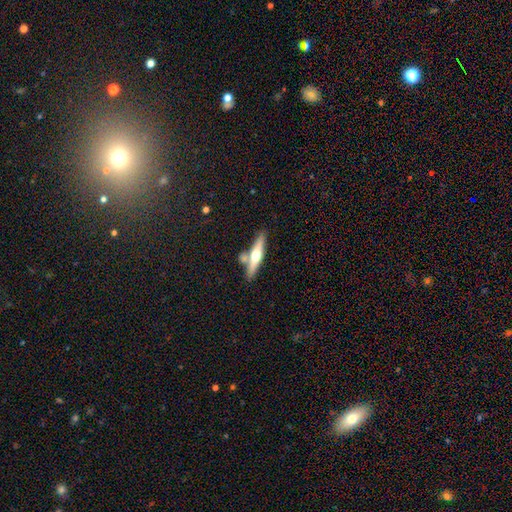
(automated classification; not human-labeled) featured or disk 55%, smooth 39%, star or artifact 6%. Down the decision tree: edge-on disk — yes (93%); edge-on bulge — rounded (92%); merging — none (69%).